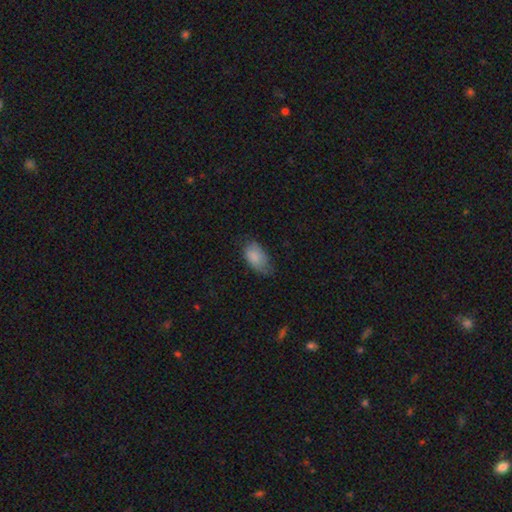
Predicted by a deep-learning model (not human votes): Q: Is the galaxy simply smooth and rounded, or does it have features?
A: smooth — 84%.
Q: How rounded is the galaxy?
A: in between — 93%.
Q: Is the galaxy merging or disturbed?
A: none — 52%.